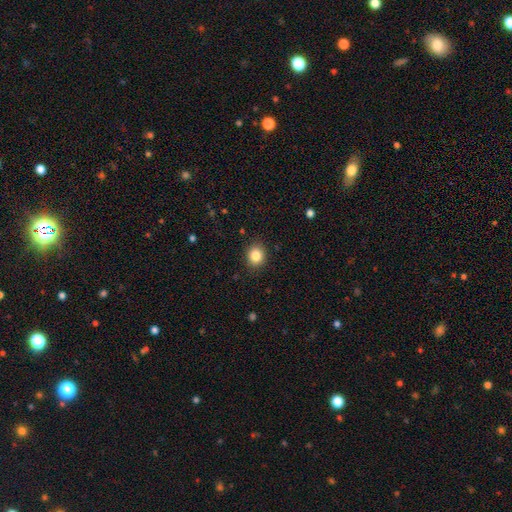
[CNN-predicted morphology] type=smooth (84%); roundness=round (71%); merging=none (88%).